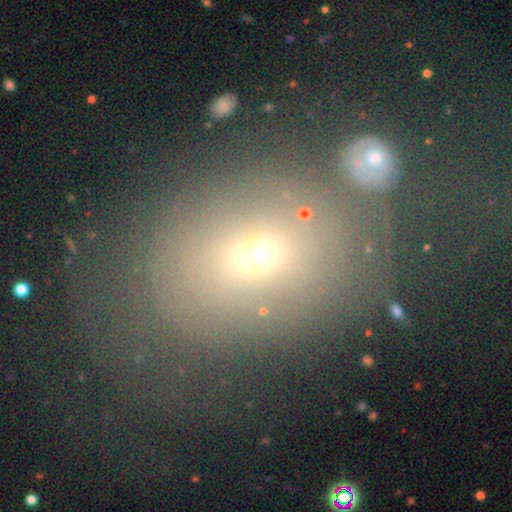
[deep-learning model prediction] The model was most divided on "how rounded": in between: 50%, round: 48%, cigar-shaped: 2%. More confident: smooth or featured — smooth (56%); merging — none (51%).